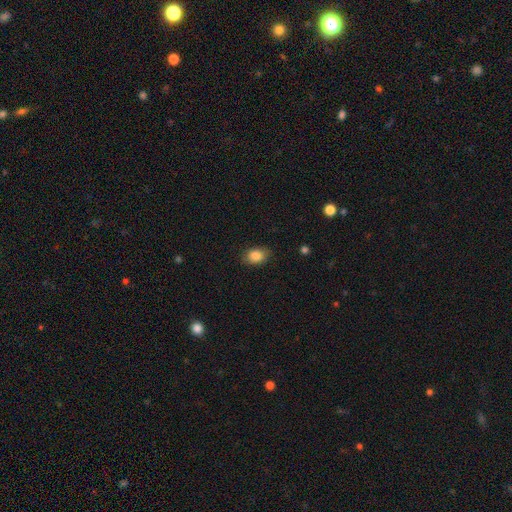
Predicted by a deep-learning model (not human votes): Overall: smooth (86%). How rounded: in between (75%). Merging: none (84%).